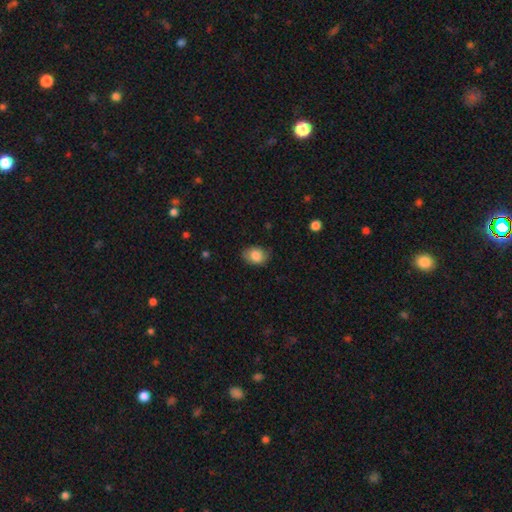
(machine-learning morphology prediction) This appears to be a smooth galaxy with no disk features (84%) that is in between round and cigar-shaped (67%). Merging: none (75%).